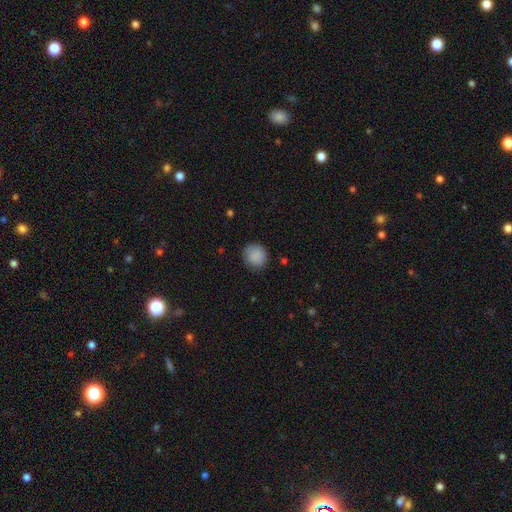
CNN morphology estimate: smooth 89%, star or artifact 8%, featured or disk 4%. Down the decision tree: how rounded — round (90%); merging — none (86%).